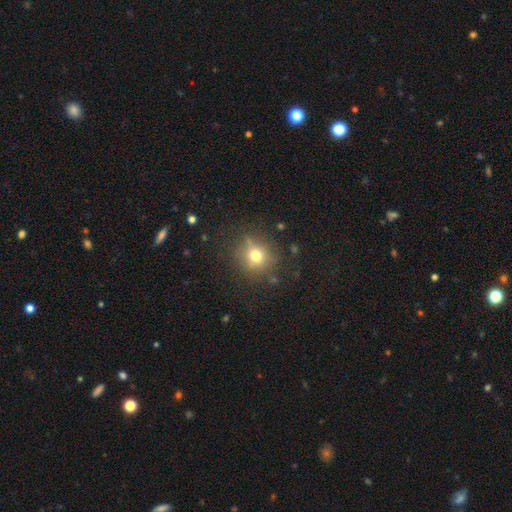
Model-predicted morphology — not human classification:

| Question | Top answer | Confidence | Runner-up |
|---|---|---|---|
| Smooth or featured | smooth | 69% | star or artifact (16%) |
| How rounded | round | 88% | in between (11%) |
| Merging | none | 79% | minor disturbance (14%) |